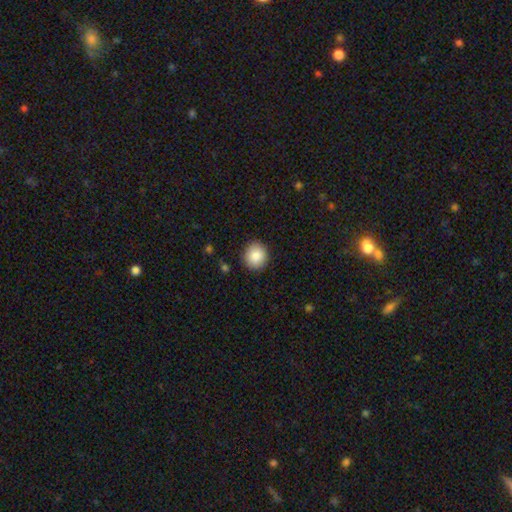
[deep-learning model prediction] Q: Smooth or featured?
A: smooth (87%); runner-up: star or artifact (8%)
Q: How rounded?
A: round (87%); runner-up: in between (12%)
Q: Merging?
A: none (90%); runner-up: minor disturbance (7%)